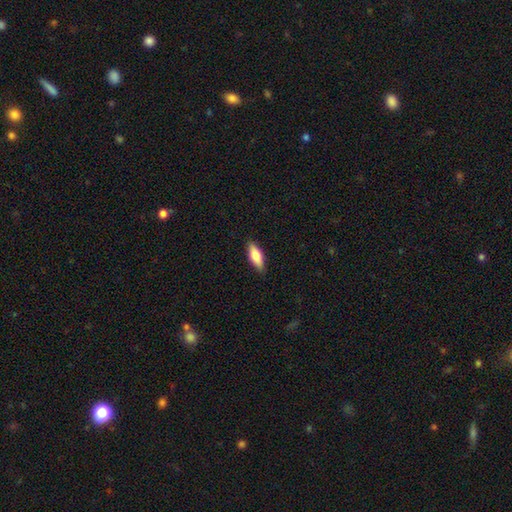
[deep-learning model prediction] A smooth galaxy with no disk features (72%) that is in between round and cigar-shaped (66%). Merging: none (88%).